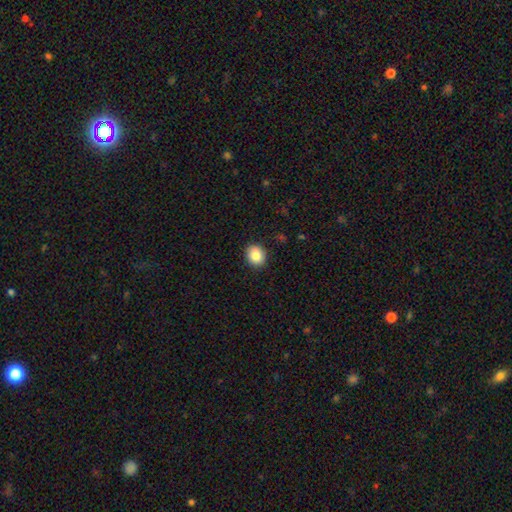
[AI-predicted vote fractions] A smooth galaxy with no disk features (86%) that is round (63%). Merging: none (90%).